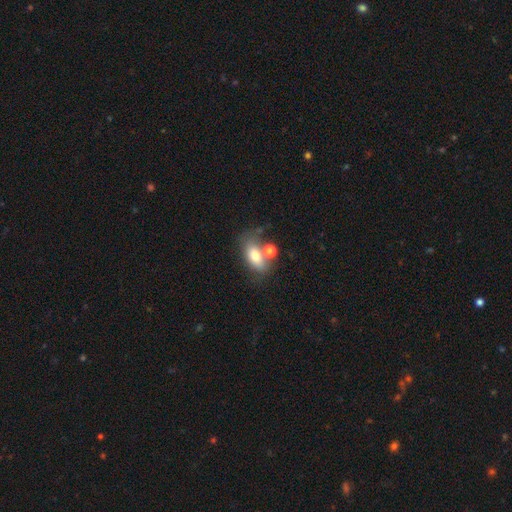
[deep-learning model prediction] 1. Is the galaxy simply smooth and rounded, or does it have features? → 70% smooth, 20% featured or disk, 10% star or artifact.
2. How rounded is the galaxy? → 83% in between, 12% round, 5% cigar-shaped.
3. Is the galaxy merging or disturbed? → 43% none, 32% merger, 16% minor disturbance, 9% major disturbance.